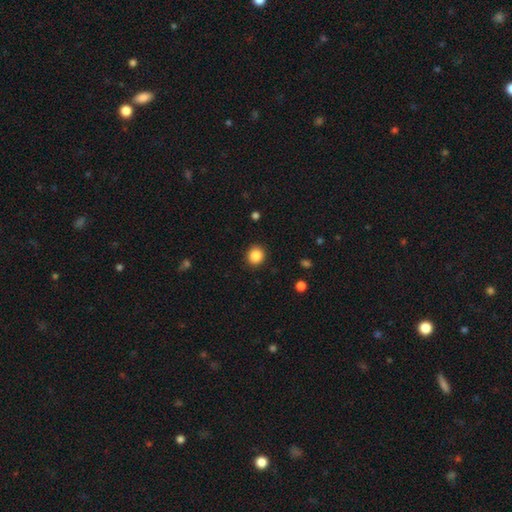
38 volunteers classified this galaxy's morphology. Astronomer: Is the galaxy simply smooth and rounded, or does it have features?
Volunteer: smooth — 92%.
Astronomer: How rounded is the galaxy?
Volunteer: round — 91%.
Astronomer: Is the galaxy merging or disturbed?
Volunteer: none — 92%.